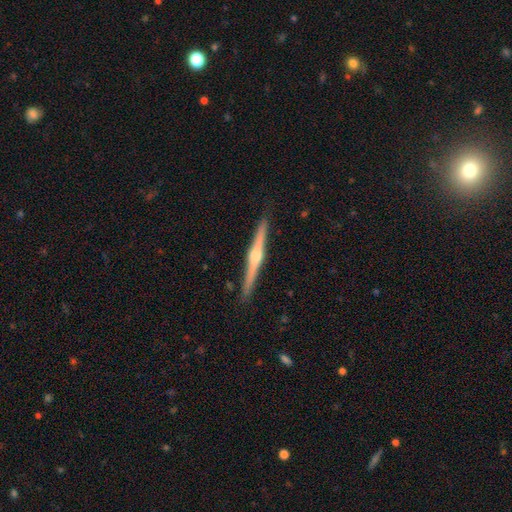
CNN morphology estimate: Q: Smooth or featured?
A: featured or disk (81%); runner-up: smooth (14%)
Q: Edge-on disk?
A: yes (99%); runner-up: no (1%)
Q: Edge-on bulge?
A: rounded (90%); runner-up: boxy (5%)
Q: Merging?
A: none (91%); runner-up: minor disturbance (6%)